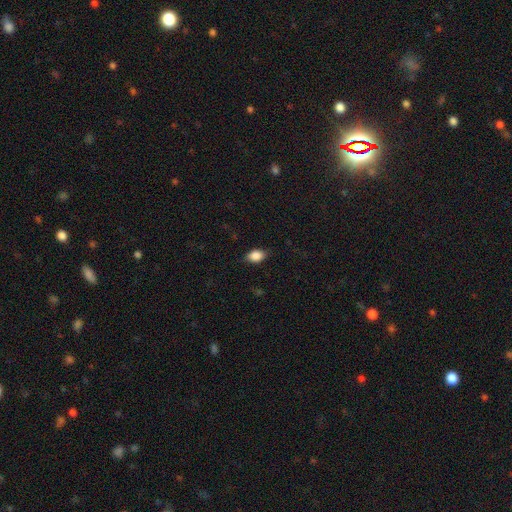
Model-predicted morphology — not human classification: smooth 86%, star or artifact 8%, featured or disk 6%. Down the decision tree: how rounded — in between (81%); merging — none (81%).